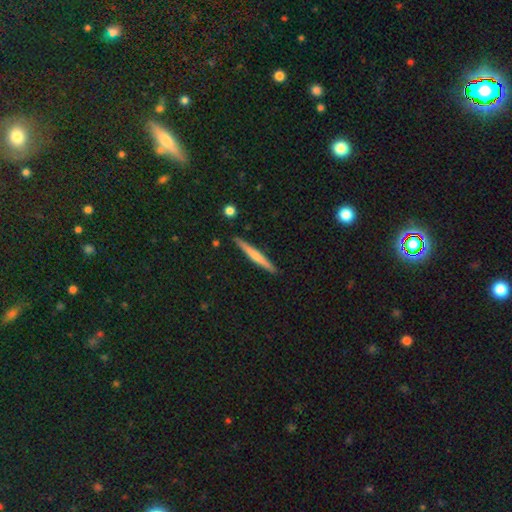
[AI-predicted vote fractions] Overall: smooth (49%; featured or disk 45%). Merging: none (90%).